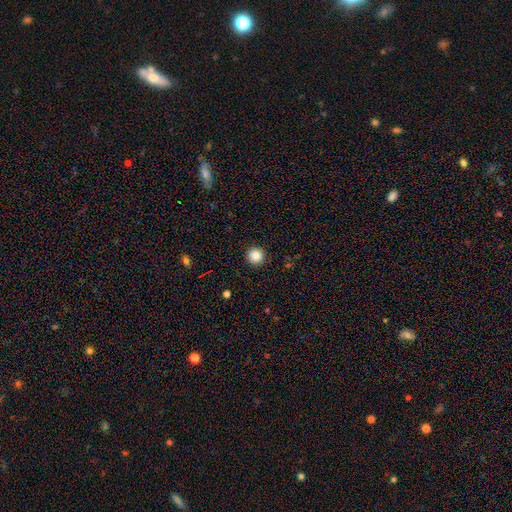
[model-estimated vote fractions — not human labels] Smooth or featured? smooth (87%)
How rounded? round (95%)
Merging? none (92%)